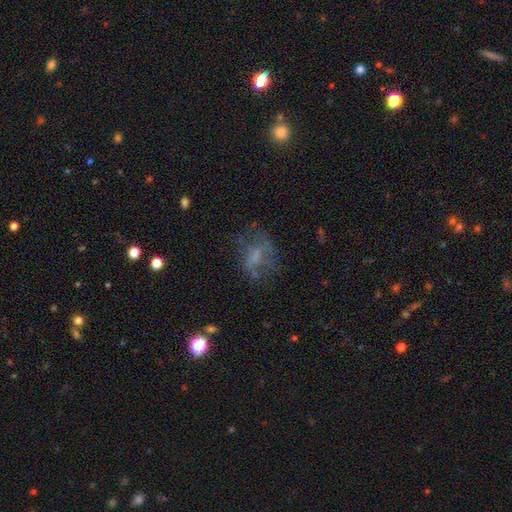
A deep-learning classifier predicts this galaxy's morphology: The model was most divided on "smooth or featured": featured or disk: 42%, smooth: 40%, star or artifact: 18%. Remaining: merging — none (47%).